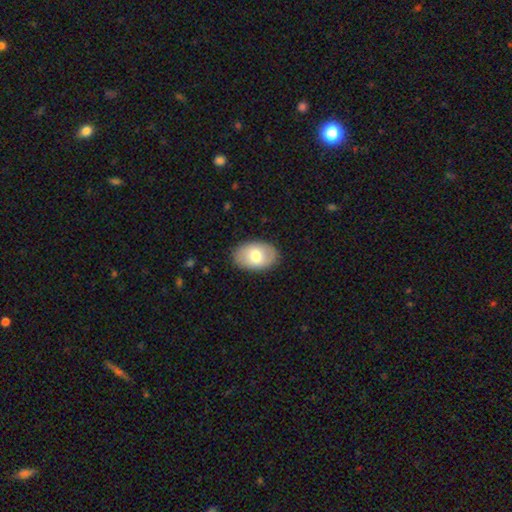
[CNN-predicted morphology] The model was most divided on "smooth or featured": smooth: 72%, featured or disk: 22%, star or artifact: 6%. More confident: how rounded — in between (88%); merging — none (86%).